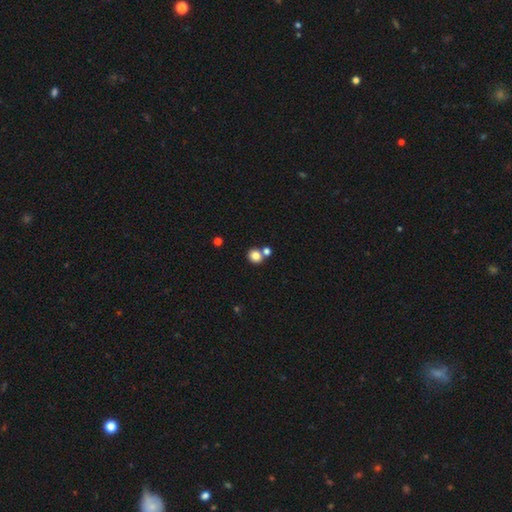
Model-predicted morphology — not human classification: A smooth galaxy with no disk features (82%) that is round (80%). Merging: none (61%).